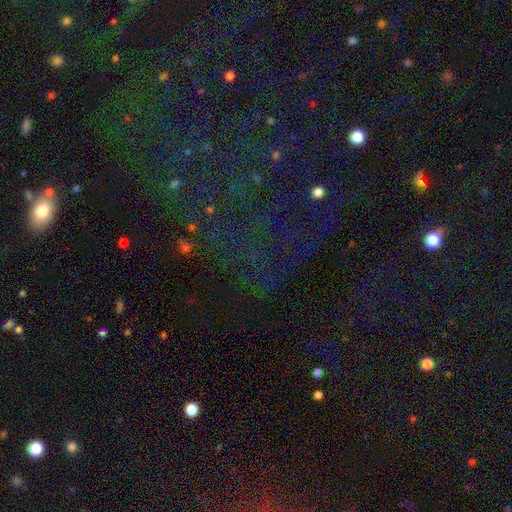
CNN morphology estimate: The model was most divided on "smooth or featured": star or artifact: 74%, smooth: 15%, featured or disk: 11%.